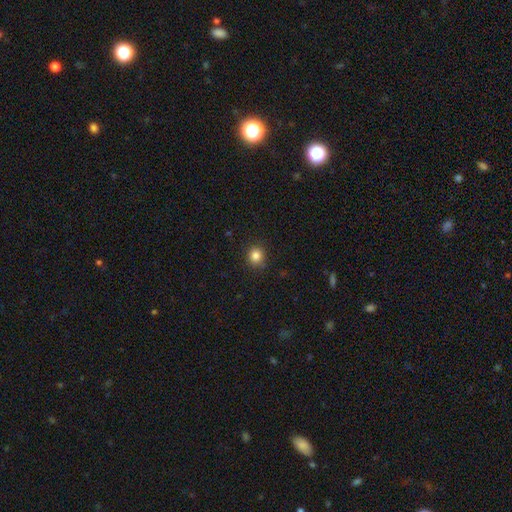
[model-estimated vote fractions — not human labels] Smooth or featured?
  - smooth: 84% *
  - star or artifact: 12%
  - featured or disk: 4%
How rounded?
  - round: 88% *
  - in between: 11%
  - cigar-shaped: 1%
Merging?
  - none: 89% *
  - minor disturbance: 7%
  - major disturbance: 2%
  - merger: 1%